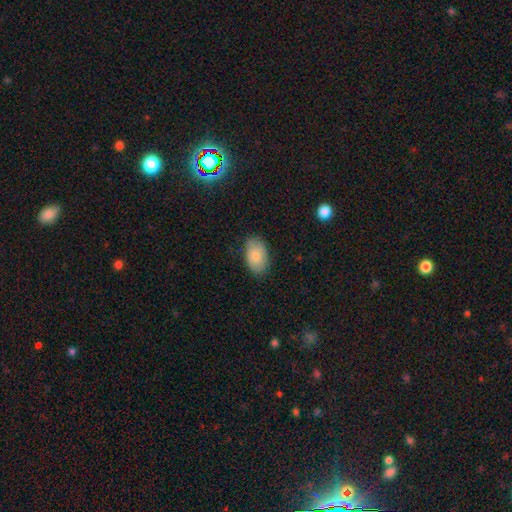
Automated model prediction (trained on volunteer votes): Smooth or featured?
  - smooth: 84% *
  - featured or disk: 10%
  - star or artifact: 6%
How rounded?
  - in between: 92% *
  - round: 6%
  - cigar-shaped: 1%
Merging?
  - none: 80% *
  - minor disturbance: 16%
  - major disturbance: 3%
  - merger: 1%